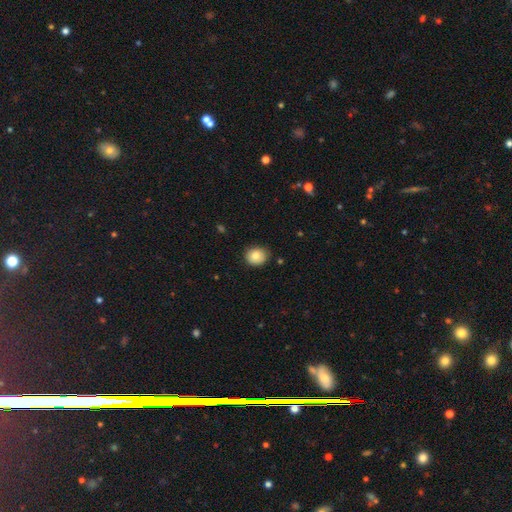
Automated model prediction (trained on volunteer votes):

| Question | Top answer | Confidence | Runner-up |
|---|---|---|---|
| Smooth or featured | smooth | 80% | featured or disk (11%) |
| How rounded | round | 75% | in between (24%) |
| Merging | none | 83% | minor disturbance (14%) |